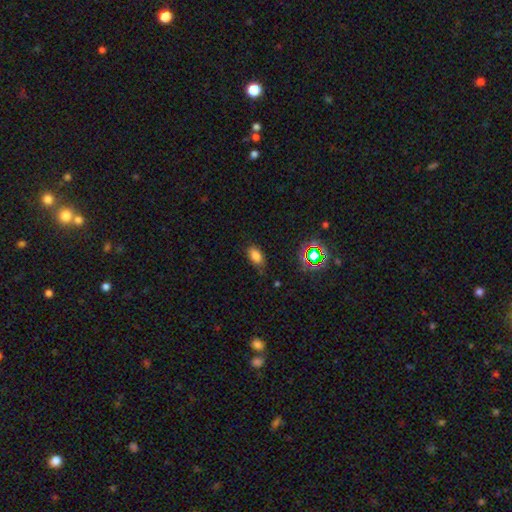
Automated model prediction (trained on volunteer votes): Smooth or featured? Predicted: smooth (p=0.79). How rounded? Predicted: in between (p=0.90). Merging? Predicted: none (p=0.73).